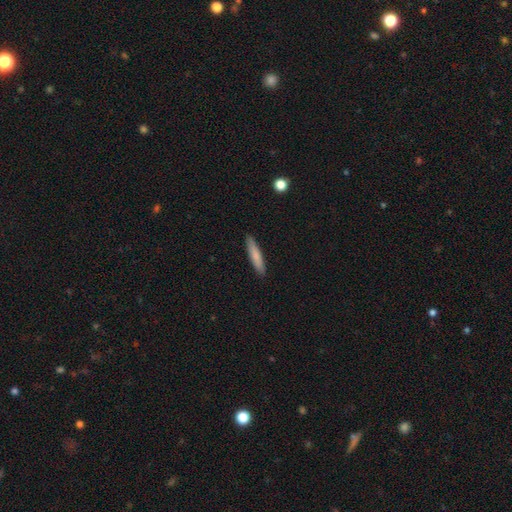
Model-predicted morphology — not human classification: smooth 79%, featured or disk 15%, star or artifact 6%. Down the decision tree: how rounded — cigar-shaped (87%); merging — none (90%).